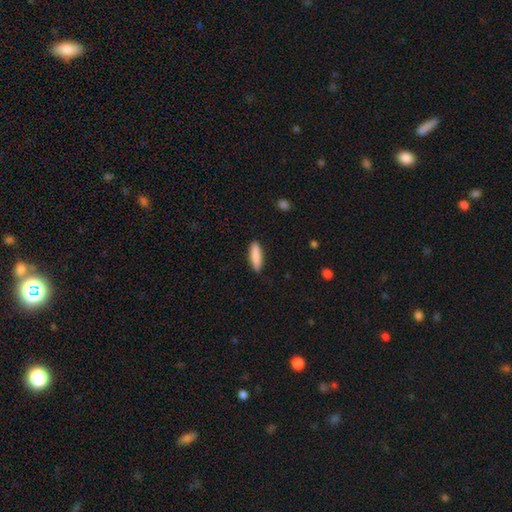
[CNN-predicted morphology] A smooth galaxy with no disk features (86%) that is cigar-shaped (67%).

Vote fractions:
- Smooth or featured? smooth: 86% / featured or disk: 8% / star or artifact: 5%
- How rounded? cigar-shaped: 67% / in between: 32% / round: 2%
- Merging? none: 90% / minor disturbance: 8% / major disturbance: 2% / merger: 1%